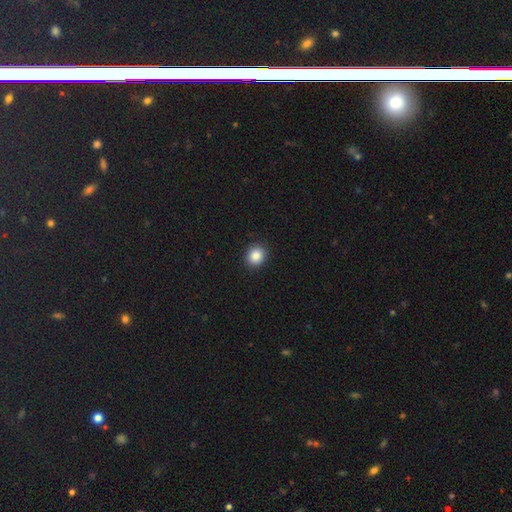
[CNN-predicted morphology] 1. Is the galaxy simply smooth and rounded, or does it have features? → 85% smooth, 10% star or artifact, 5% featured or disk.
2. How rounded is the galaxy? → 81% round, 18% in between, 1% cigar-shaped.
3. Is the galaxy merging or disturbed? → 92% none, 6% minor disturbance, 2% major disturbance, 1% merger.